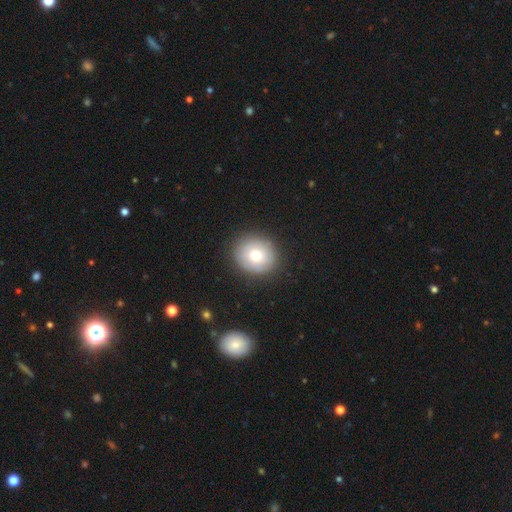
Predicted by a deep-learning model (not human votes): Smooth or featured?
  - smooth: 72% *
  - featured or disk: 18%
  - star or artifact: 9%
How rounded?
  - round: 85% *
  - in between: 14%
  - cigar-shaped: 1%
Merging?
  - none: 88% *
  - minor disturbance: 8%
  - major disturbance: 3%
  - merger: 1%